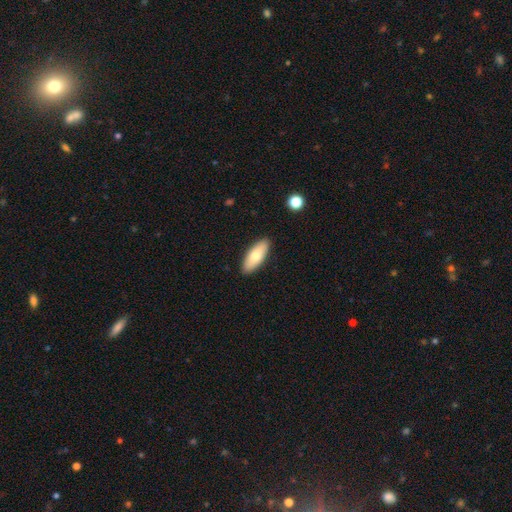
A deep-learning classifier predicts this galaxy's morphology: Smooth or featured? Predicted: smooth (p=0.74). How rounded? Predicted: in between (p=0.77). Merging? Predicted: none (p=0.89).